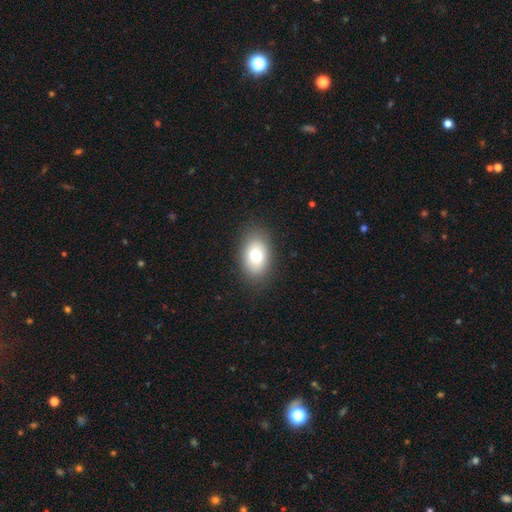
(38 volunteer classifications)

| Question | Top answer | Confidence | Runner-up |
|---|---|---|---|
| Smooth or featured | smooth | 63% | featured or disk (26%) |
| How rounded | in between | 75% | round (21%) |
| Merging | none | 79% | minor disturbance (18%) |